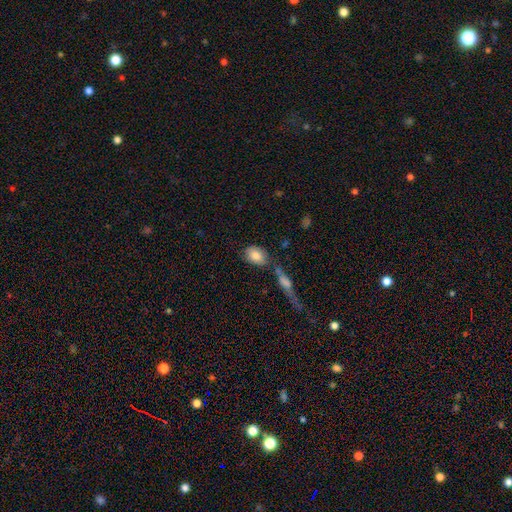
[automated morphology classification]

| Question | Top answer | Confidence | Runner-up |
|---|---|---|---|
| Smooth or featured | smooth | 81% | featured or disk (13%) |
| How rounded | in between | 81% | round (16%) |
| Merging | none | 55% | minor disturbance (19%) |